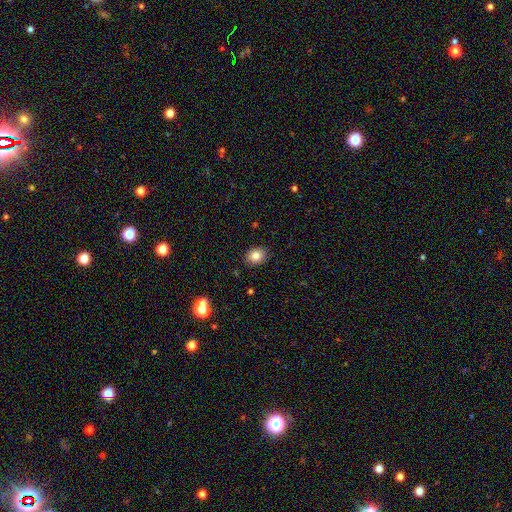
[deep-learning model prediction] smooth-or-featured: smooth: 84% | star or artifact: 10% | featured or disk: 6%
  how-rounded: round: 51% | in between: 48% | cigar-shaped: 1%
  merging: none: 88% | minor disturbance: 9% | major disturbance: 2% | merger: 1%